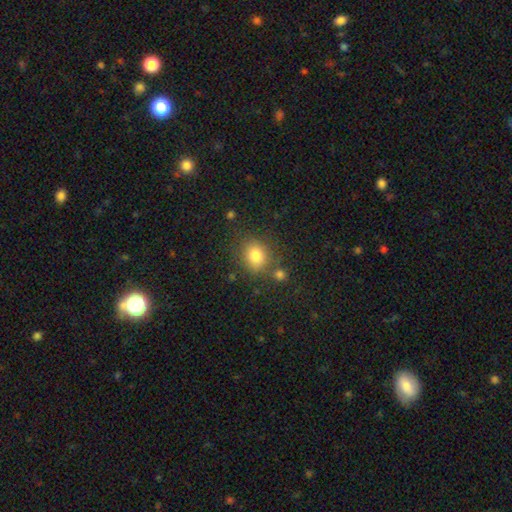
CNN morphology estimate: smooth 81%, star or artifact 11%, featured or disk 8%. Down the decision tree: how rounded — round (66%); merging — none (74%).